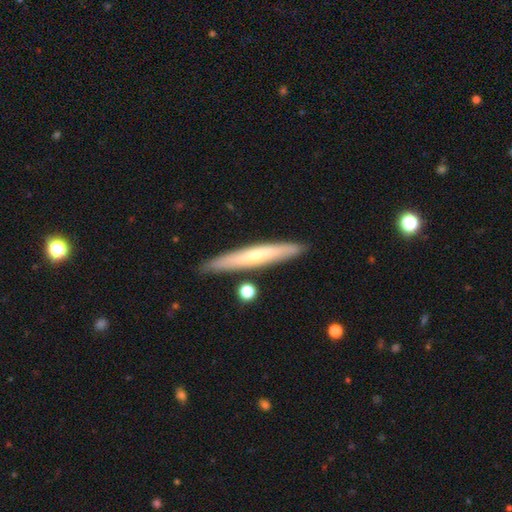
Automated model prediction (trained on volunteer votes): Smooth or featured? featured or disk (51%)
Edge-on disk? yes (87%)
Merging? none (87%)